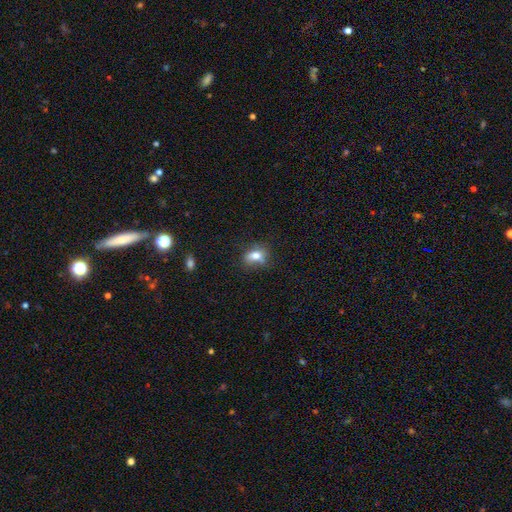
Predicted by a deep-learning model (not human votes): Smooth or featured? smooth (76%)
How rounded? in between (70%)
Merging? none (55%)